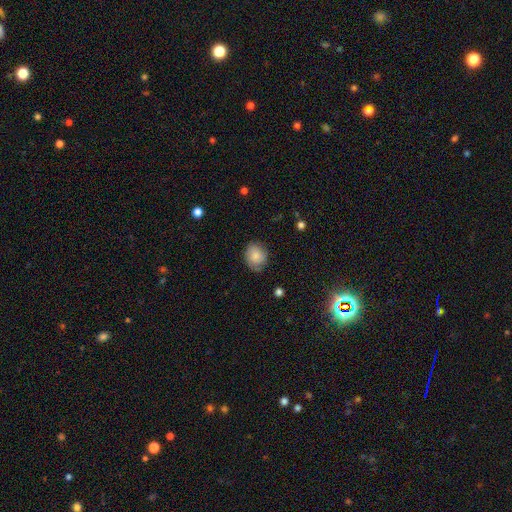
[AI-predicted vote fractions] The model was most divided on "how rounded": round: 56%, in between: 43%, cigar-shaped: 1%. More confident: smooth or featured — smooth (82%); merging — none (76%).